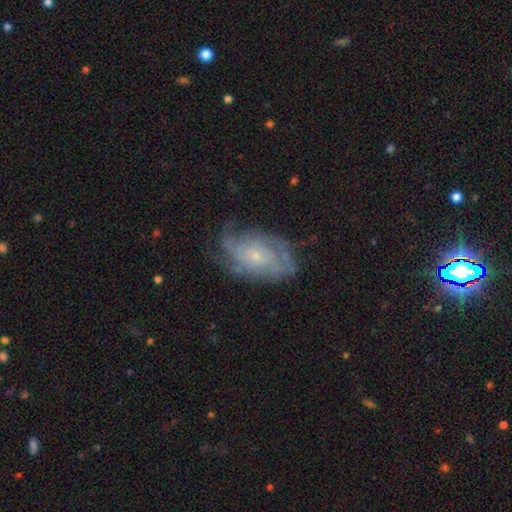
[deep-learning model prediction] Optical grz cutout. It shows a featured or disk galaxy (76%) with no bar (76%), tight (55%) spiral arms (89%) and a small central bulge (76%). Merging: none (65%).